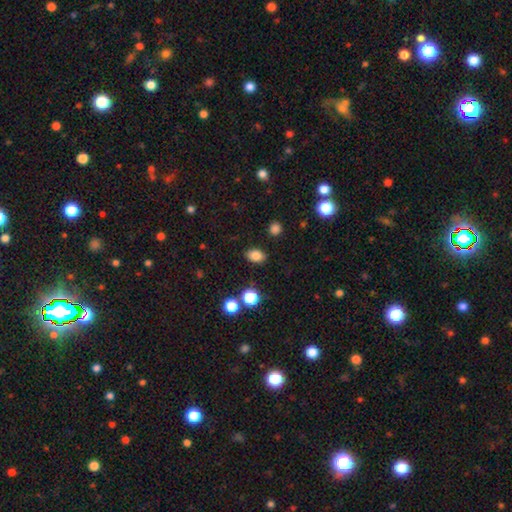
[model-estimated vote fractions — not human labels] The model was most divided on "how rounded": in between: 81%, round: 18%, cigar-shaped: 1%. More confident: merging — none (86%); smooth or featured — smooth (83%).